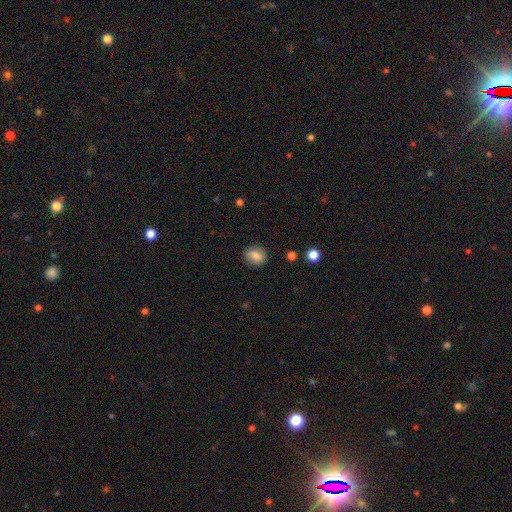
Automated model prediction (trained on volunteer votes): The model was most divided on "how rounded": round: 55%, in between: 43%, cigar-shaped: 2%. More confident: merging — none (82%); smooth or featured — smooth (78%).